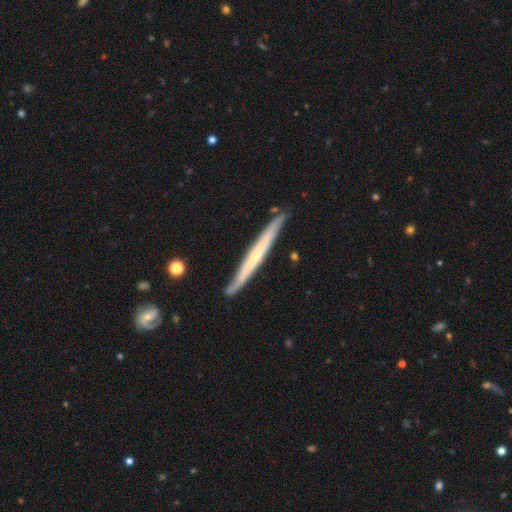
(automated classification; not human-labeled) The model was most divided on "smooth or featured": featured or disk: 59%, smooth: 36%, star or artifact: 5%. More confident: edge-on disk — yes (95%); merging — none (87%); edge-on bulge — none (74%).